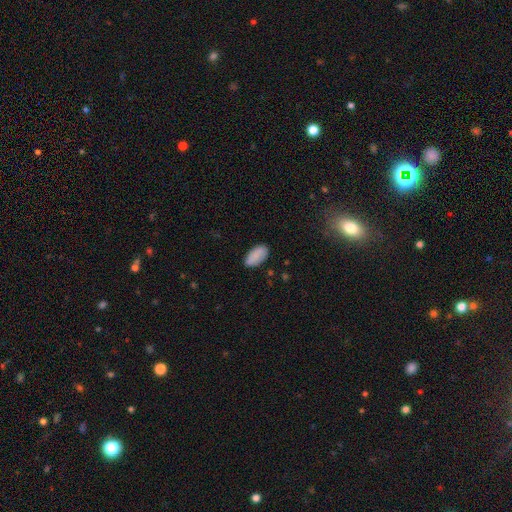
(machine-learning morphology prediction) This appears to be a smooth galaxy with no disk features (86%) that is in between round and cigar-shaped (95%). Merging: none (82%).